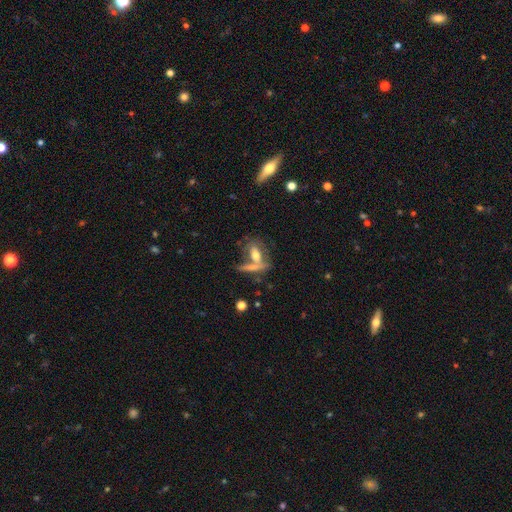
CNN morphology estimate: Q: Smooth or featured?
A: smooth (47%); runner-up: featured or disk (44%)
Q: Merging?
A: none (40%); runner-up: merger (38%)